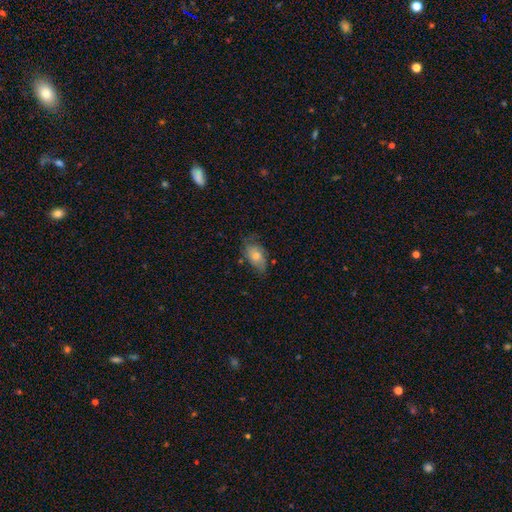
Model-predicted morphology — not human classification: Smooth or featured? Predicted: featured or disk (p=0.46). Merging? Predicted: none (p=0.62).